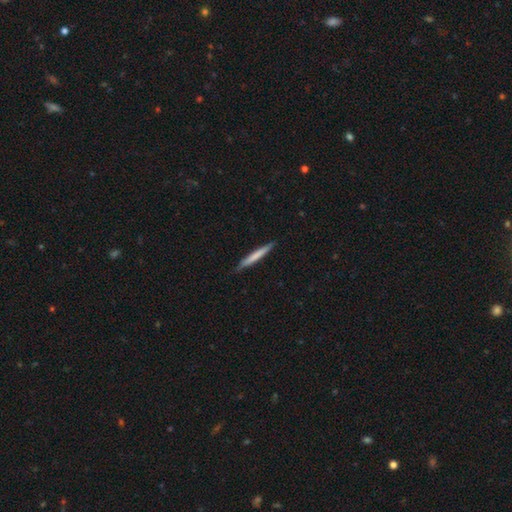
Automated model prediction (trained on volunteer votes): smooth_or_featured: smooth (p=0.67) [alt: featured or disk p=0.28]
how_rounded: cigar-shaped (p=0.96) [alt: in between p=0.03]
merging: none (p=0.89) [alt: minor disturbance p=0.09]